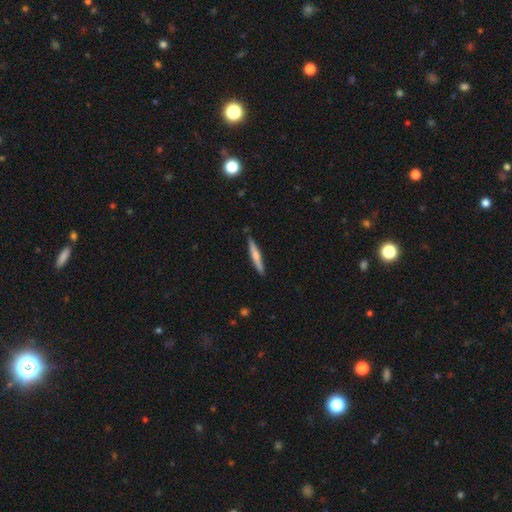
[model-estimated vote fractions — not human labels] Morphology: type=smooth (52%); roundness=cigar-shaped (94%); merging=none (88%).